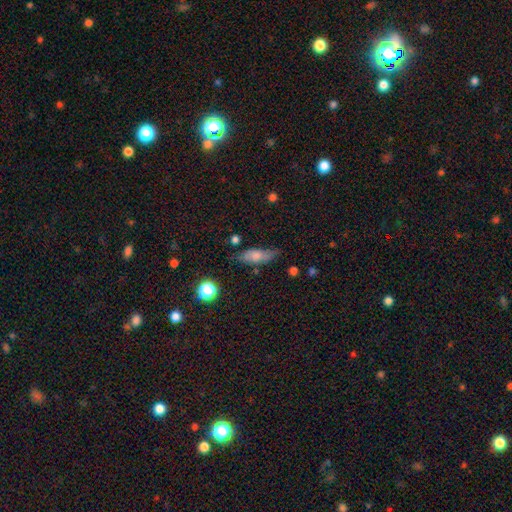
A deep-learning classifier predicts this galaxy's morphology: A smooth galaxy with no disk features (68%) that is in between round and cigar-shaped (66%).

Vote fractions:
- Smooth or featured? smooth: 68% / featured or disk: 23% / star or artifact: 9%
- How rounded? in between: 66% / cigar-shaped: 30% / round: 4%
- Merging? none: 65% / minor disturbance: 25% / major disturbance: 7% / merger: 3%